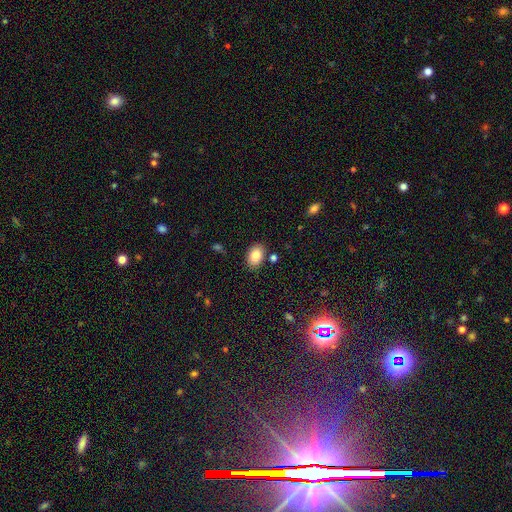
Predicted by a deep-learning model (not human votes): smooth_or_featured: smooth (p=0.84) [alt: star or artifact p=0.08]
how_rounded: in between (p=0.85) [alt: round p=0.14]
merging: none (p=0.84) [alt: minor disturbance p=0.10]